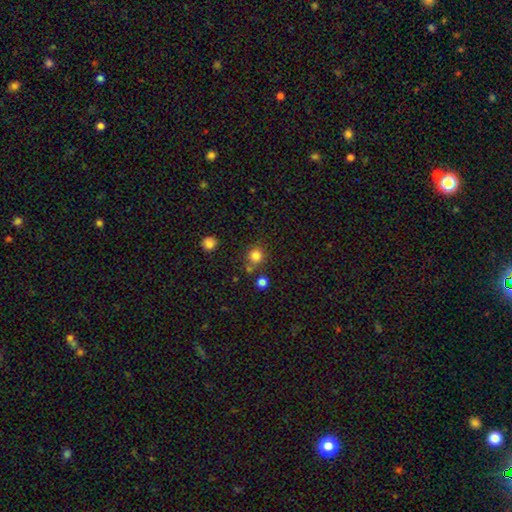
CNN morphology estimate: Smooth or featured? smooth (82%)
How rounded? round (89%)
Merging? none (74%)